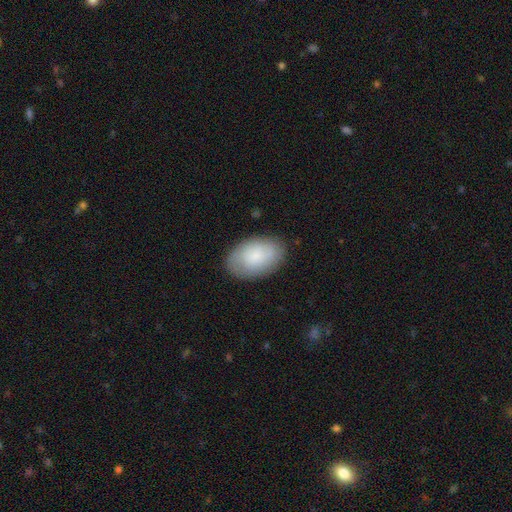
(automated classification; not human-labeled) smooth-or-featured: smooth: 76% | featured or disk: 18% | star or artifact: 7%
  how-rounded: in between: 91% | round: 8% | cigar-shaped: 1%
  merging: none: 83% | minor disturbance: 13% | major disturbance: 3% | merger: 1%